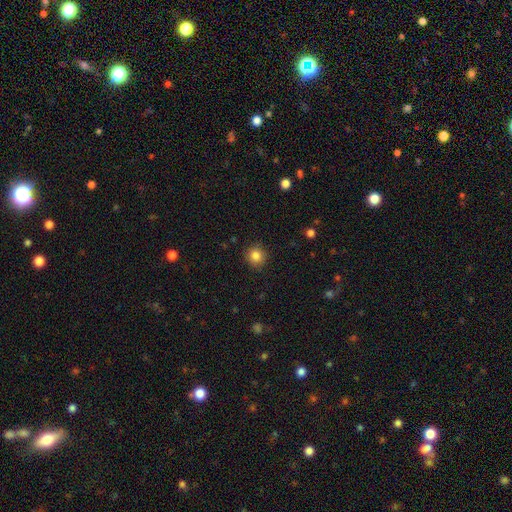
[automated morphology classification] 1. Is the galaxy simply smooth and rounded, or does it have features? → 84% smooth, 11% star or artifact, 5% featured or disk.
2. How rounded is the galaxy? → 92% round, 7% in between, 1% cigar-shaped.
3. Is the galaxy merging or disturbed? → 90% none, 7% minor disturbance, 2% major disturbance, 1% merger.